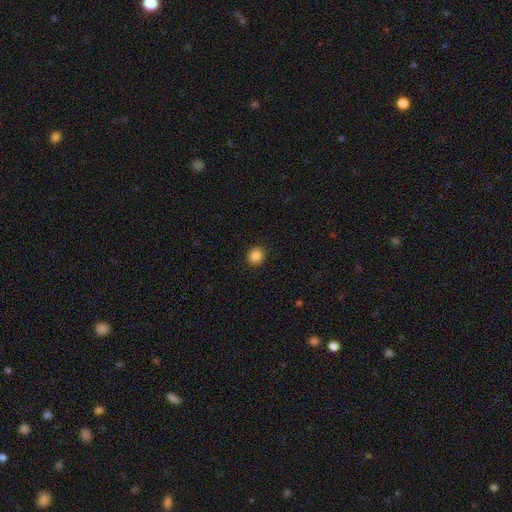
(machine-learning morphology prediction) Smooth or featured? Predicted: smooth (p=0.86). How rounded? Predicted: round (p=0.87). Merging? Predicted: none (p=0.92).